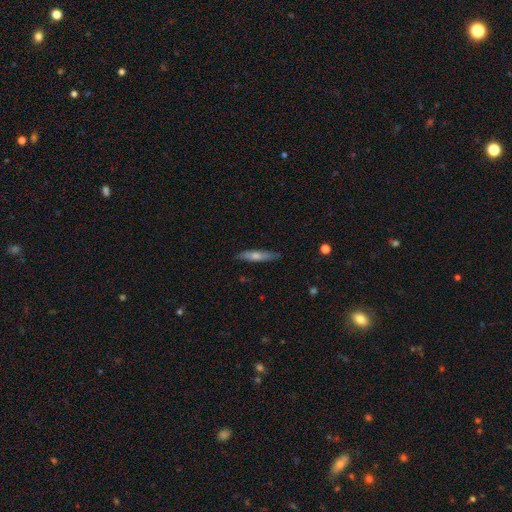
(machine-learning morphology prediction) Smooth or featured? smooth (48%)
Merging? none (88%)